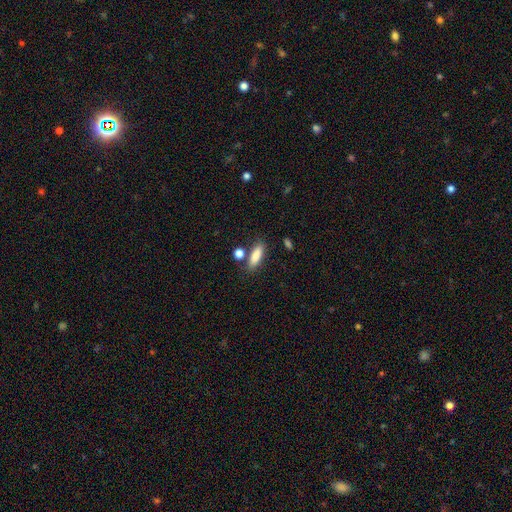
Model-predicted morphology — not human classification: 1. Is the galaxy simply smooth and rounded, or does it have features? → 84% smooth, 9% featured or disk, 7% star or artifact.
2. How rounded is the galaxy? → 54% in between, 42% cigar-shaped, 4% round.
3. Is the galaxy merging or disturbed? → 73% none, 12% minor disturbance, 11% merger, 4% major disturbance.